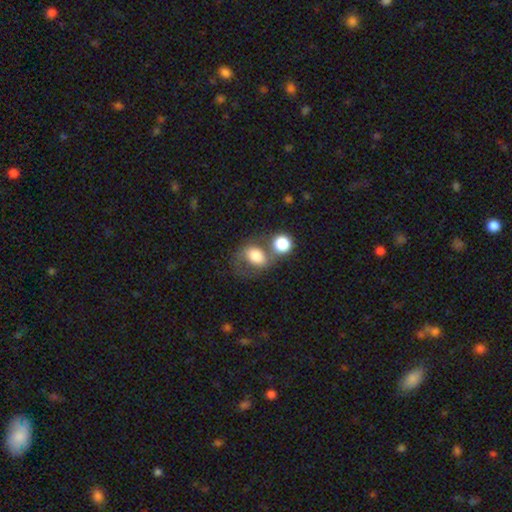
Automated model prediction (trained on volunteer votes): Smooth or featured? smooth (65%)
How rounded? in between (57%)
Merging? merger (39%)